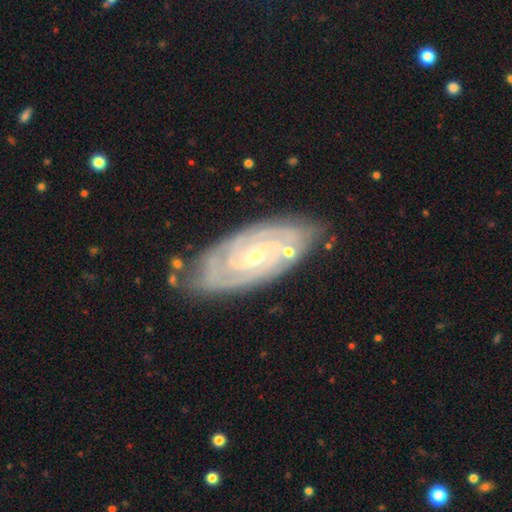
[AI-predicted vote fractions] Smooth or featured?
  - featured or disk: 90% *
  - star or artifact: 5%
  - smooth: 5%
Edge-on disk?
  - no: 95% *
  - yes: 5%
Bar?
  - no: 45% *
  - weak: 40%
  - strong: 16%
Spiral arms?
  - yes: 98% *
  - no: 2%
Spiral winding?
  - tight: 76% *
  - medium: 21%
  - loose: 3%
Spiral arm count?
  - 2: 41% *
  - 3: 21%
  - can't tell: 16%
  - 4: 13%
  - more than 4: 5%
  - 1: 4%
Bulge size?
  - small: 78% *
  - moderate: 19%
  - none: 2%
  - large: 1%
  - dominant: 1%
Merging?
  - none: 77% *
  - minor disturbance: 17%
  - major disturbance: 3%
  - merger: 3%